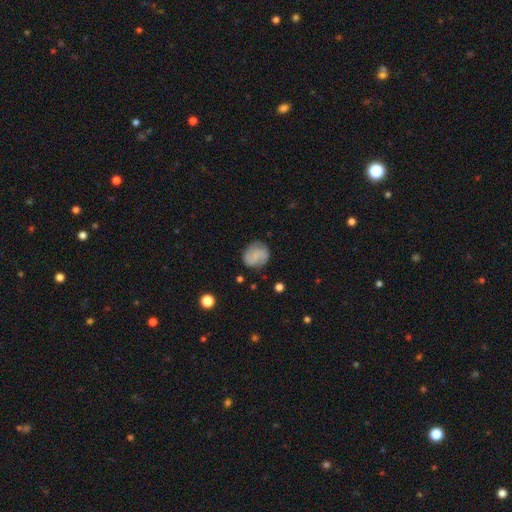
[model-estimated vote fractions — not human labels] smooth_or_featured: smooth (p=0.63) [alt: featured or disk p=0.29]
how_rounded: round (p=0.74) [alt: in between p=0.25]
merging: none (p=0.75) [alt: minor disturbance p=0.18]